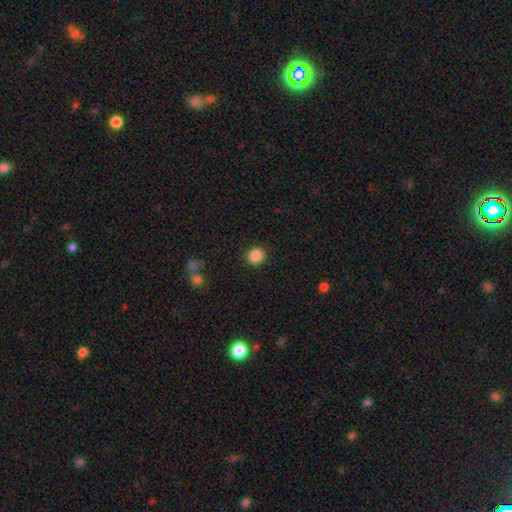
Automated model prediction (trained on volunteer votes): This appears to be a smooth galaxy with no disk features (87%) that is round (91%). Merging: none (91%).